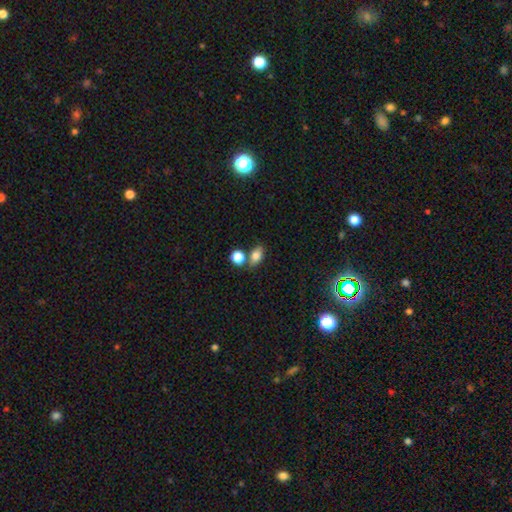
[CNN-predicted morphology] smooth_or_featured: smooth (p=0.80) [alt: star or artifact p=0.11]
how_rounded: in between (p=0.78) [alt: round p=0.20]
merging: none (p=0.61) [alt: merger p=0.21]